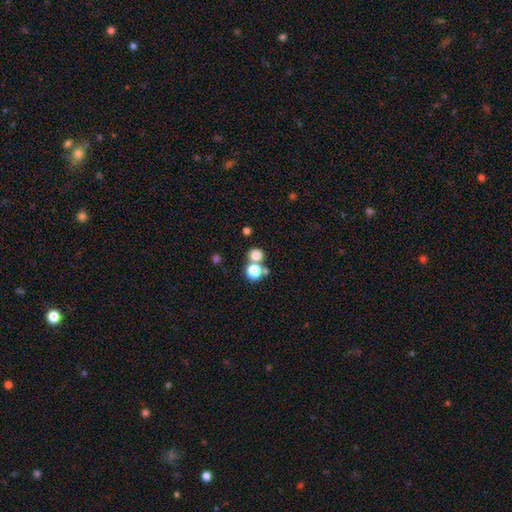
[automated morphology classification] Smooth or featured?
  - smooth: 76% *
  - star or artifact: 17%
  - featured or disk: 7%
How rounded?
  - round: 84% *
  - in between: 15%
  - cigar-shaped: 1%
Merging?
  - none: 55% *
  - merger: 34%
  - minor disturbance: 7%
  - major disturbance: 4%